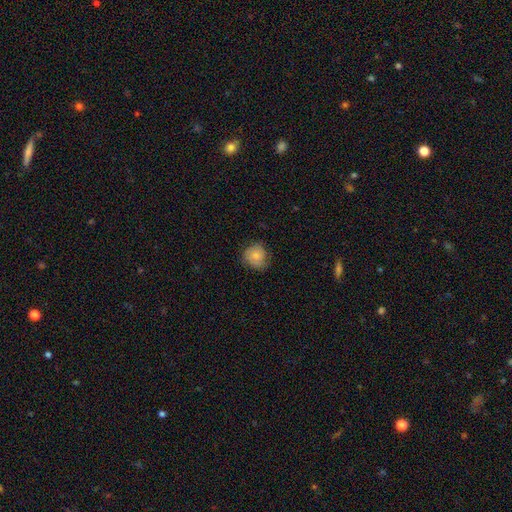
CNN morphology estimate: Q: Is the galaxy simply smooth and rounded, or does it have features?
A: smooth — 76%.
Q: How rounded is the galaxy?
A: round — 86%.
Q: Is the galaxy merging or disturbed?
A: none — 71%.